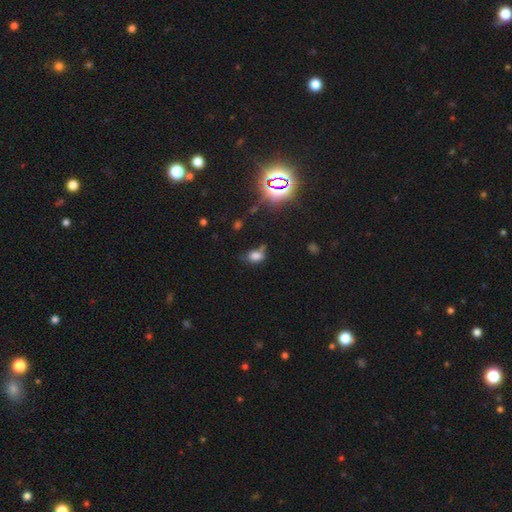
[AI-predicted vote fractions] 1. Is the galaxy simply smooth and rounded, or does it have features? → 69% smooth, 21% star or artifact, 9% featured or disk.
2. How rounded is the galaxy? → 74% in between, 25% round, 2% cigar-shaped.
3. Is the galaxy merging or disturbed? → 46% none, 29% minor disturbance, 13% major disturbance, 12% merger.